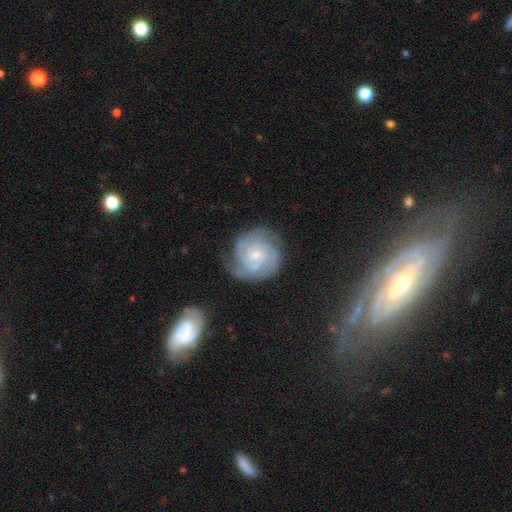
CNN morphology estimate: A featured or disk galaxy (80%) with no bar (65%), 2 (38%) tight (67%) spiral arms (95%) and a small central bulge (61%). Merging: none (66%).